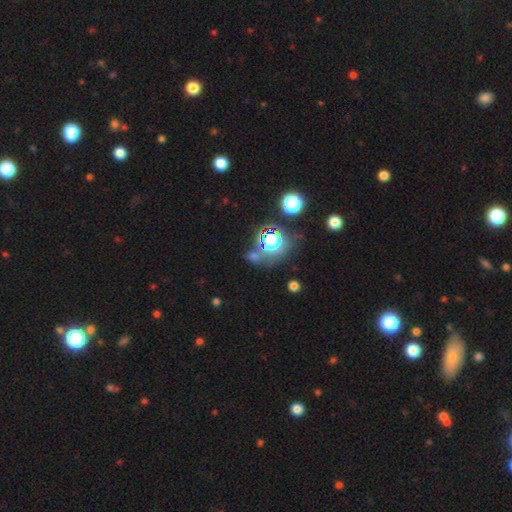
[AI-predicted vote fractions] Q: Smooth or featured?
A: star or artifact (57%); runner-up: smooth (32%)